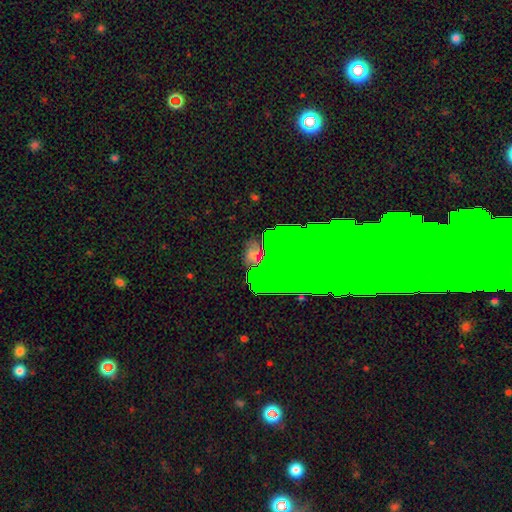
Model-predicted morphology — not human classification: Overall: star or artifact (60%; smooth 21%).